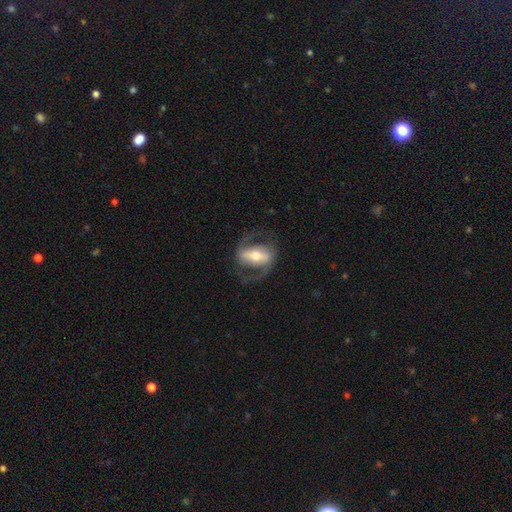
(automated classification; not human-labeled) Q: Smooth or featured?
A: featured or disk (83%); runner-up: smooth (12%)
Q: Edge-on disk?
A: no (94%); runner-up: yes (6%)
Q: Bar?
A: strong (66%); runner-up: weak (23%)
Q: Spiral arms?
A: yes (89%); runner-up: no (11%)
Q: Spiral winding?
A: medium (55%); runner-up: loose (27%)
Q: Spiral arm count?
A: 2 (90%); runner-up: can't tell (4%)
Q: Bulge size?
A: moderate (64%); runner-up: small (20%)
Q: Merging?
A: none (73%); runner-up: minor disturbance (13%)